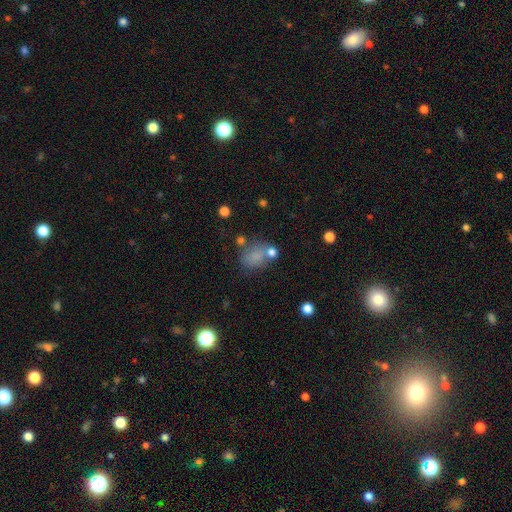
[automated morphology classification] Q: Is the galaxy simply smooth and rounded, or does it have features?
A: smooth — 74%.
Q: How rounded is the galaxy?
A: in between — 60%.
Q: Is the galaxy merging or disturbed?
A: none — 51%.